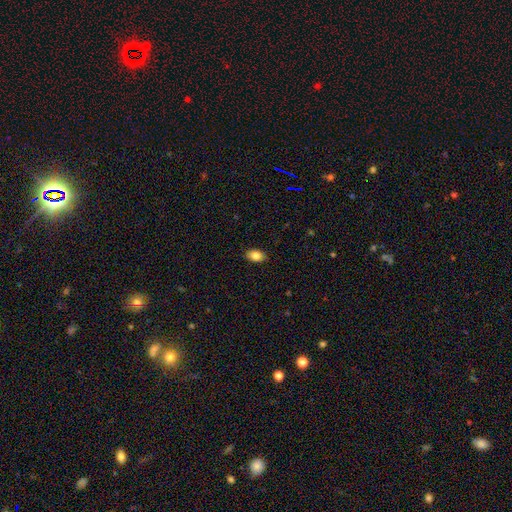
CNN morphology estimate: smooth-or-featured: smooth: 84% | star or artifact: 8% | featured or disk: 7%
  how-rounded: in between: 88% | round: 11% | cigar-shaped: 1%
  merging: none: 89% | minor disturbance: 8% | major disturbance: 2% | merger: 1%